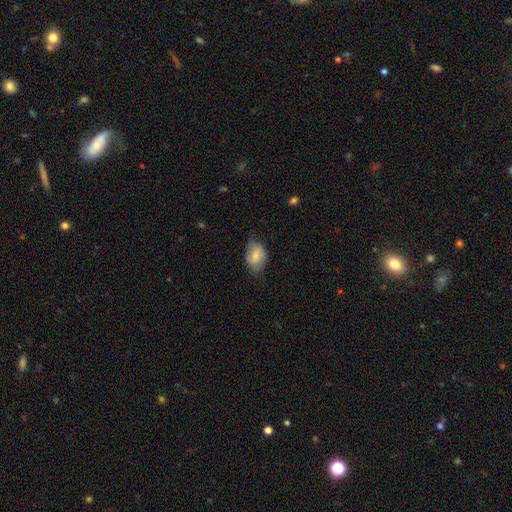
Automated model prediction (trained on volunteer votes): Morphology: type=smooth (74%); roundness=in between (82%); merging=none (62%).